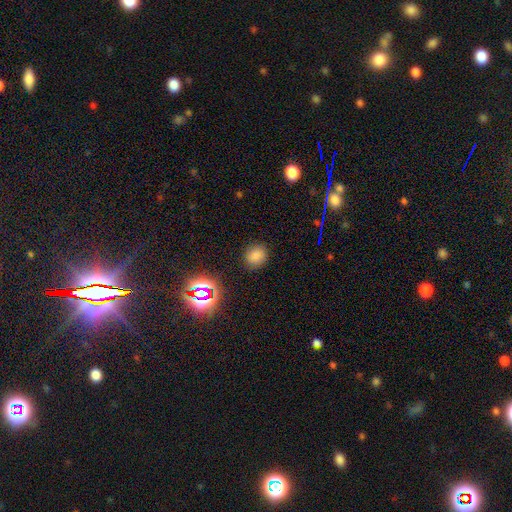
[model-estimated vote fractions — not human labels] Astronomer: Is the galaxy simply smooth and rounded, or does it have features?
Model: smooth — 77%.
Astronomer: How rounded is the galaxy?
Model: round — 72%.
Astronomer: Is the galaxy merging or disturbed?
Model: none — 87%.